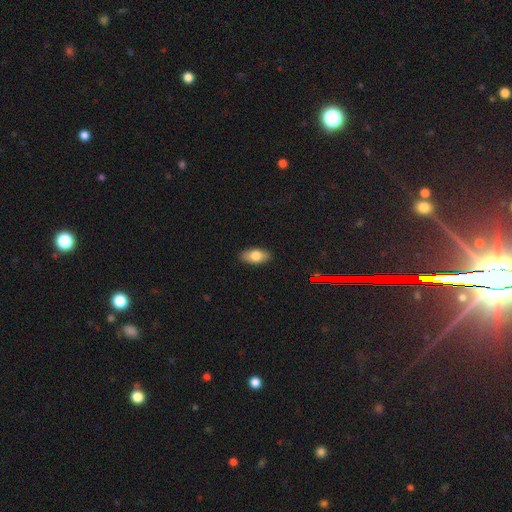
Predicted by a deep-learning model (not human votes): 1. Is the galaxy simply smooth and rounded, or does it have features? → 77% smooth, 16% featured or disk, 7% star or artifact.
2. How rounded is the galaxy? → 91% in between, 5% cigar-shaped, 4% round.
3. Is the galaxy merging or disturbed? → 88% none, 9% minor disturbance, 2% major disturbance, 1% merger.